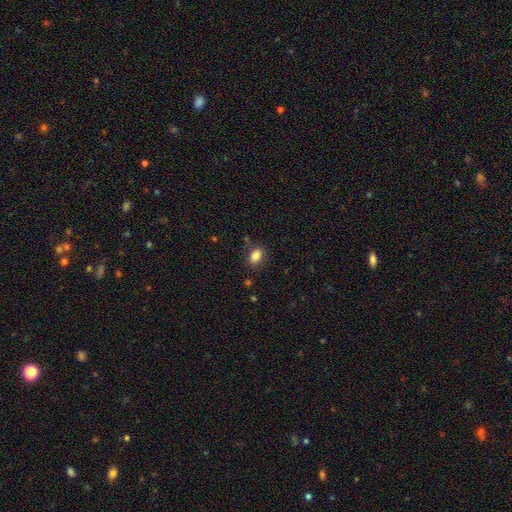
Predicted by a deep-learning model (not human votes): A smooth galaxy with no disk features (85%) that is in between round and cigar-shaped (83%).

Vote fractions:
- Smooth or featured? smooth: 85% / star or artifact: 10% / featured or disk: 5%
- How rounded? in between: 83% / round: 15% / cigar-shaped: 2%
- Merging? none: 82% / minor disturbance: 12% / major disturbance: 3% / merger: 3%